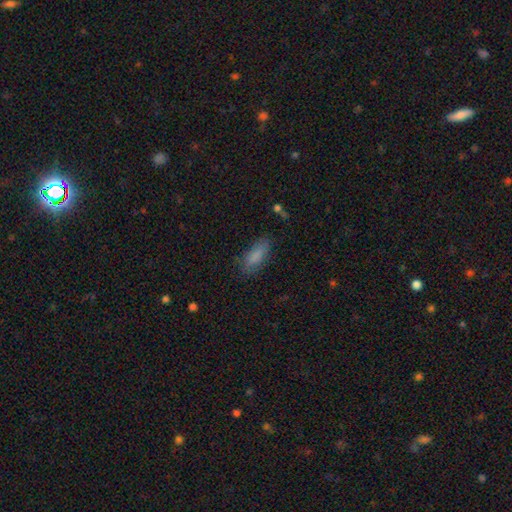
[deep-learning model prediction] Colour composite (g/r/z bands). It shows a smooth galaxy with no disk features (83%) that is in between round and cigar-shaped (70%). Merging: none (76%).